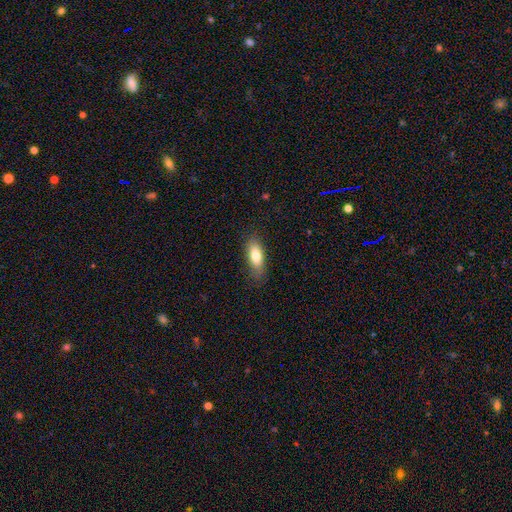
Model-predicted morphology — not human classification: This appears to be a smooth galaxy with no disk features (78%) that is in between round and cigar-shaped (72%). Merging: none (78%).